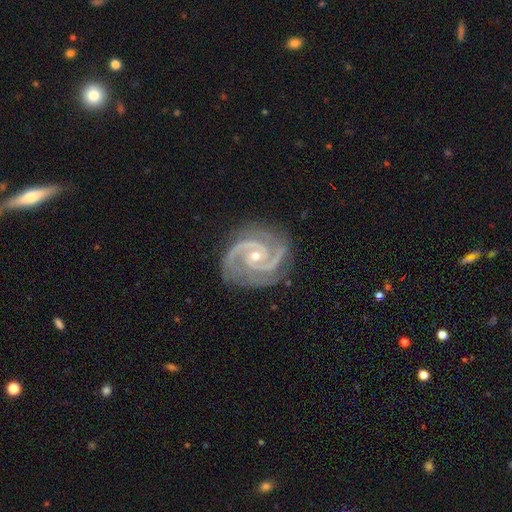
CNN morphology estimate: Smooth or featured: featured or disk — 93% (star or artifact — 5%)
Edge-on disk: no — 98% (yes — 2%)
Bar: no — 61% (weak — 27%)
Spiral arms: yes — 99% (no — 1%)
Spiral winding: tight — 54% (medium — 43%)
Spiral arm count: 2 — 74% (3 — 17%)
Bulge size: small — 65% (moderate — 33%)
Merging: none — 80% (minor disturbance — 14%)